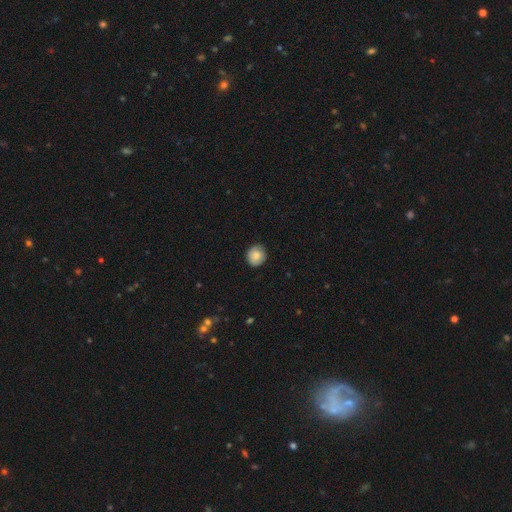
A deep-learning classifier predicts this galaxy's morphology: type=smooth (81%); roundness=round (88%); merging=none (85%).